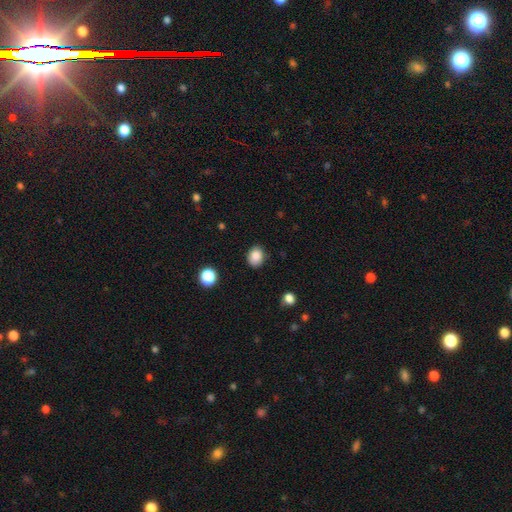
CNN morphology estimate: A smooth galaxy with no disk features (86%) that is round (55%). Merging: none (86%).